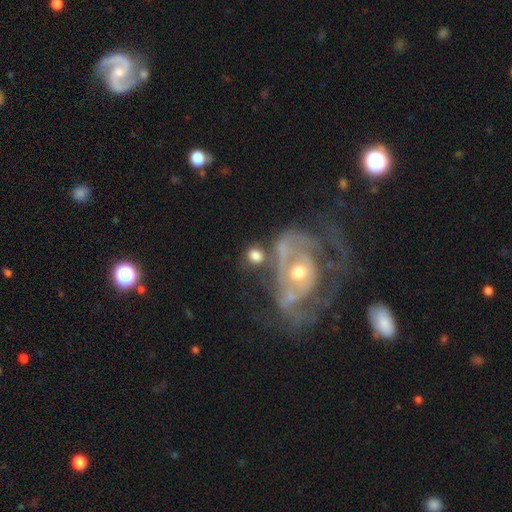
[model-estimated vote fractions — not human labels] Q: Smooth or featured?
A: smooth (65%); runner-up: featured or disk (27%)
Q: How rounded?
A: round (65%); runner-up: in between (33%)
Q: Merging?
A: none (49%); runner-up: merger (24%)